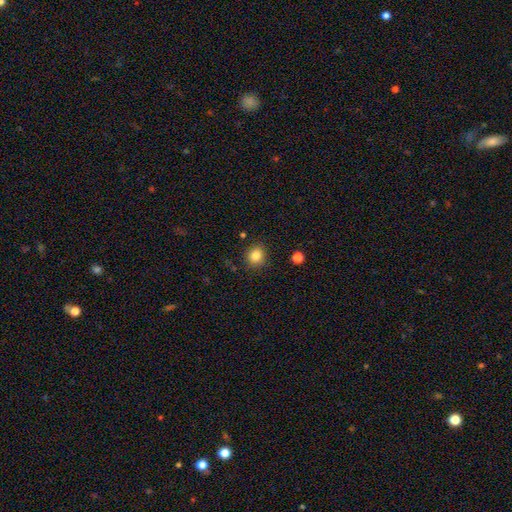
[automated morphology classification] smooth 84%, star or artifact 11%, featured or disk 5%. Down the decision tree: how rounded — round (81%); merging — none (87%).